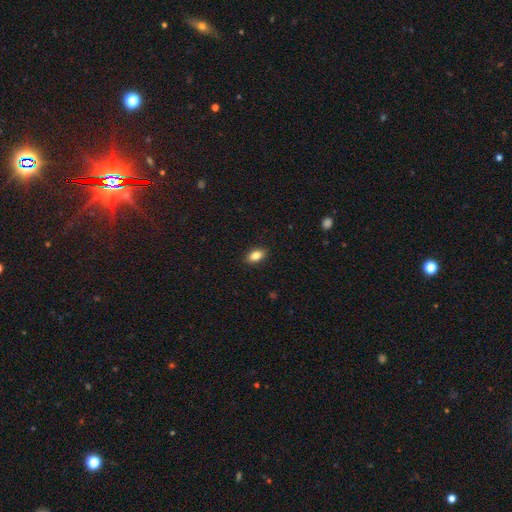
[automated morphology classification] smooth 83%, featured or disk 9%, star or artifact 8%. Down the decision tree: how rounded — in between (89%); merging — none (90%).